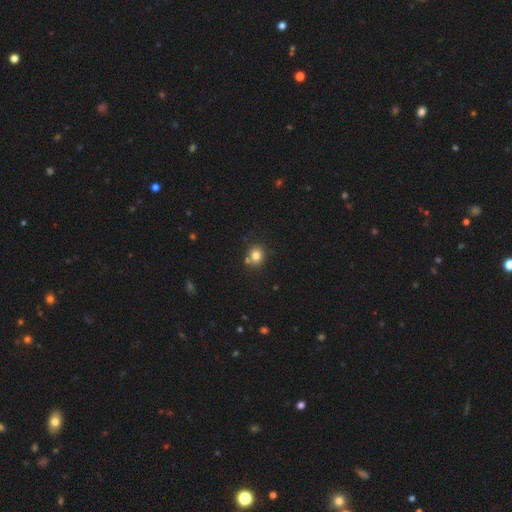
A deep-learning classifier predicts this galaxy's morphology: type=smooth (81%); roundness=round (72%); merging=none (74%).